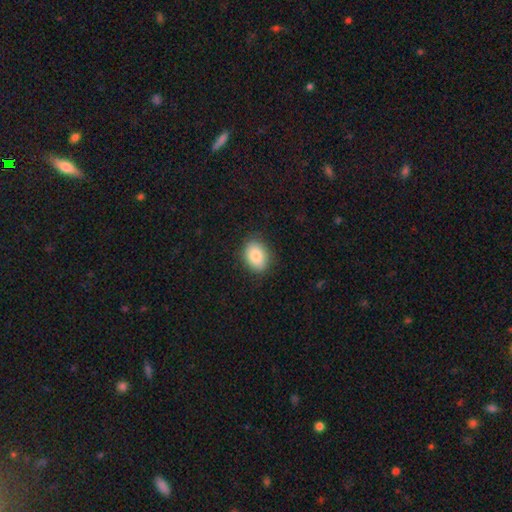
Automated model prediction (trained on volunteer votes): This appears to be a smooth galaxy with no disk features (85%) that is in between round and cigar-shaped (71%). Merging: none (86%).